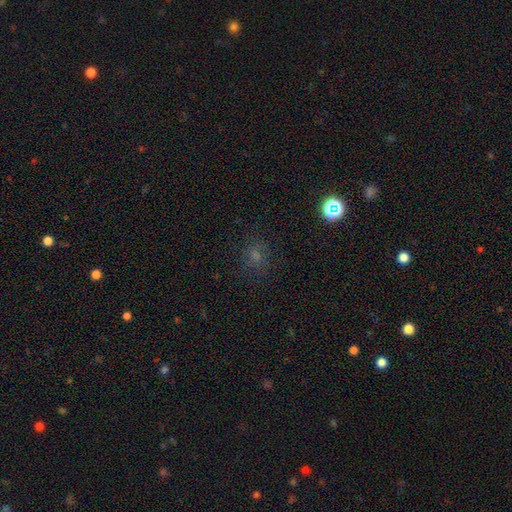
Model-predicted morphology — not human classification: Smooth or featured? Predicted: smooth (p=0.52). How rounded? Predicted: round (p=0.71). Merging? Predicted: none (p=0.79).